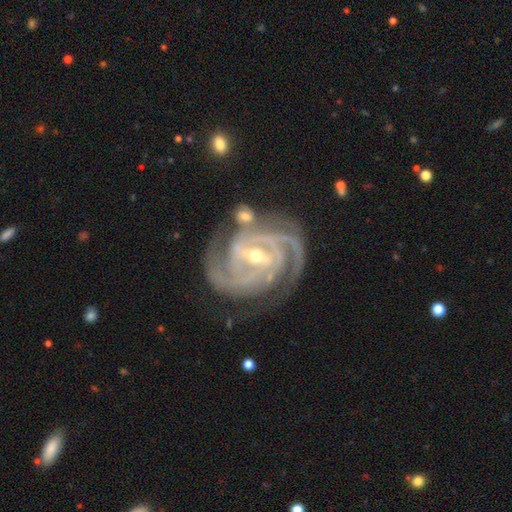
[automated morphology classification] A featured or disk galaxy (94%) with a strong bar (49%), 3 (43%) tight (67%) spiral arms (99%) and a small central bulge (54%). Merging: none (71%).